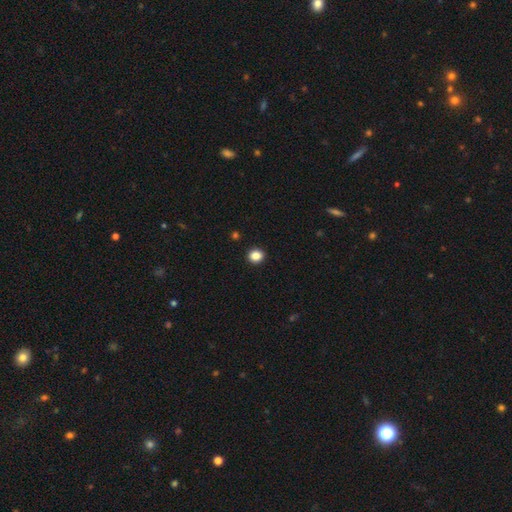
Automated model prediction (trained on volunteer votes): Morphology: type=smooth (86%); roundness=round (78%); merging=none (93%).